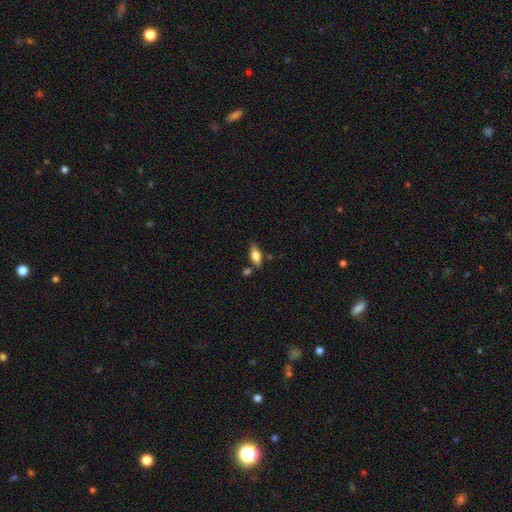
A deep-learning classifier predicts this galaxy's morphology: smooth-or-featured: smooth: 79% | featured or disk: 14% | star or artifact: 7%
  how-rounded: in between: 85% | cigar-shaped: 12% | round: 3%
  merging: none: 70% | minor disturbance: 17% | merger: 9% | major disturbance: 4%